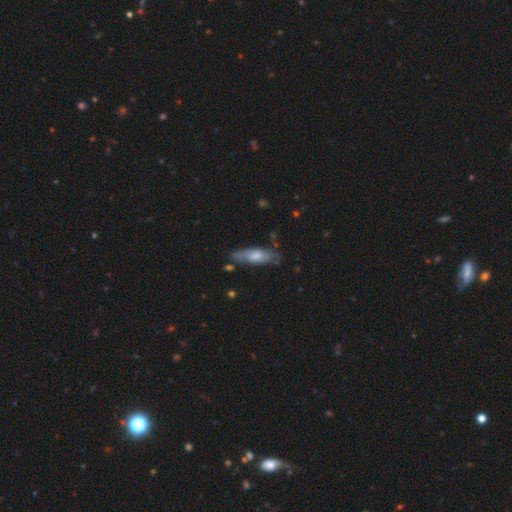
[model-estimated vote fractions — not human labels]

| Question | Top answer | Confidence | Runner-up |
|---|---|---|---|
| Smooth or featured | smooth | 59% | featured or disk (35%) |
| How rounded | cigar-shaped | 50% | in between (48%) |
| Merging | none | 66% | minor disturbance (23%) |